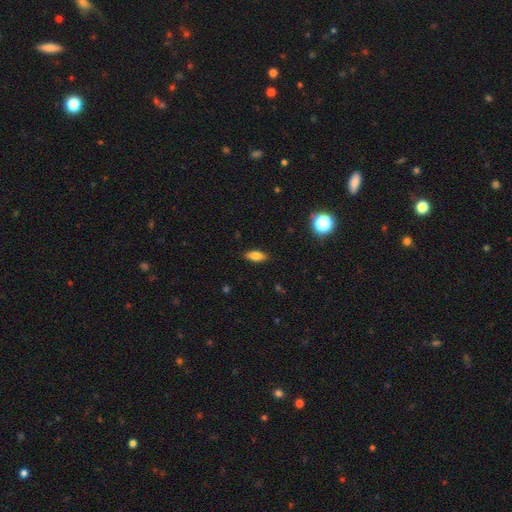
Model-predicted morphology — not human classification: type=smooth (76%); roundness=in between (77%); merging=none (88%).